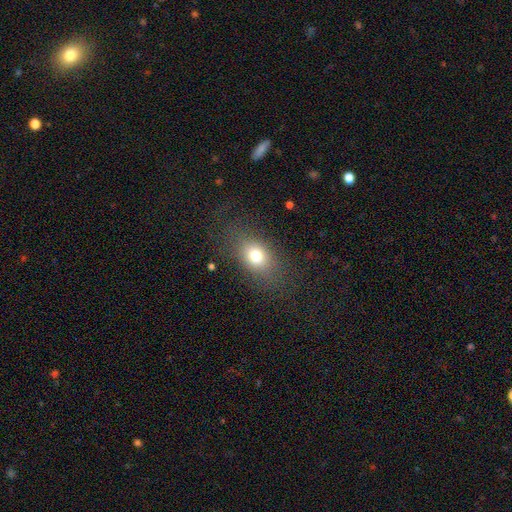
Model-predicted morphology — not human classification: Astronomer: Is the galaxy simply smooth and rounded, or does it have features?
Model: smooth — 74%.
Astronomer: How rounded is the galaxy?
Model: in between — 66%.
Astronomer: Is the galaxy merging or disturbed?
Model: none — 76%.